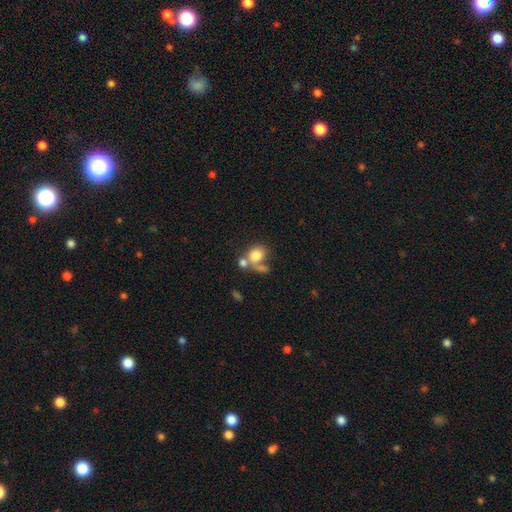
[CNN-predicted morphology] Smooth or featured: smooth — 76% (featured or disk — 15%)
How rounded: round — 64% (in between — 35%)
Merging: merger — 43% (none — 35%)